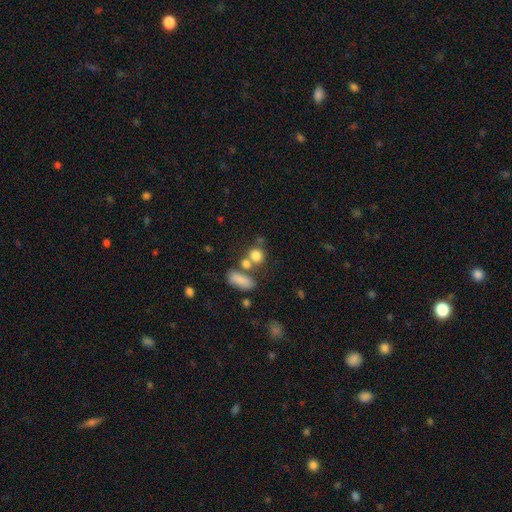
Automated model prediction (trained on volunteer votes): This appears to be a smooth galaxy with no disk features (79%) that is round (69%). Merging: none (51%).